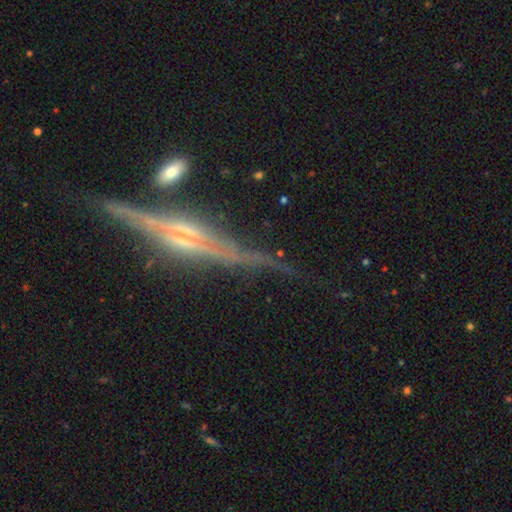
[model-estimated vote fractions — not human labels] A featured or disk galaxy (86%) viewed edge-on (97%) with a rounded central bulge (68%). Merging: none (77%).